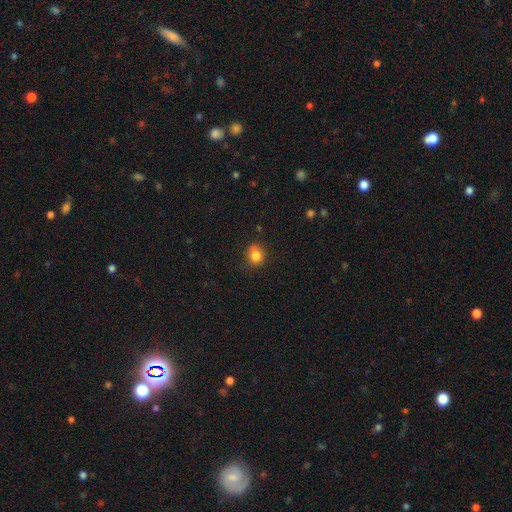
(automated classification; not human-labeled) Smooth or featured?
  - smooth: 83% *
  - star or artifact: 11%
  - featured or disk: 6%
How rounded?
  - round: 71% *
  - in between: 28%
  - cigar-shaped: 1%
Merging?
  - none: 69% *
  - minor disturbance: 23%
  - major disturbance: 5%
  - merger: 2%